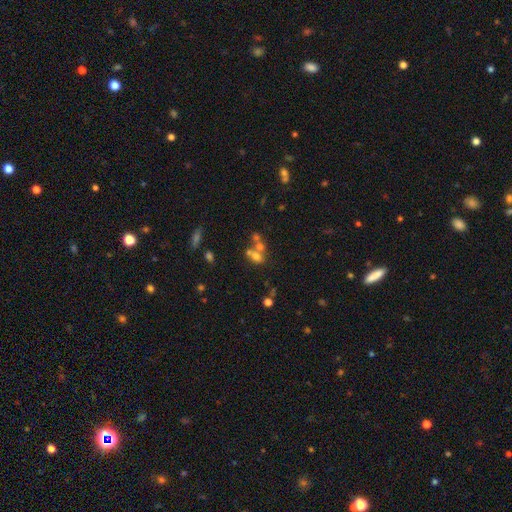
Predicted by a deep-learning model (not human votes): A smooth galaxy with no disk features (57%) that is in between round and cigar-shaped (70%).

Vote fractions:
- Smooth or featured? smooth: 57% / featured or disk: 24% / star or artifact: 19%
- How rounded? in between: 70% / round: 25% / cigar-shaped: 5%
- Merging? merger: 49% / none: 33% / minor disturbance: 10% / major disturbance: 7%